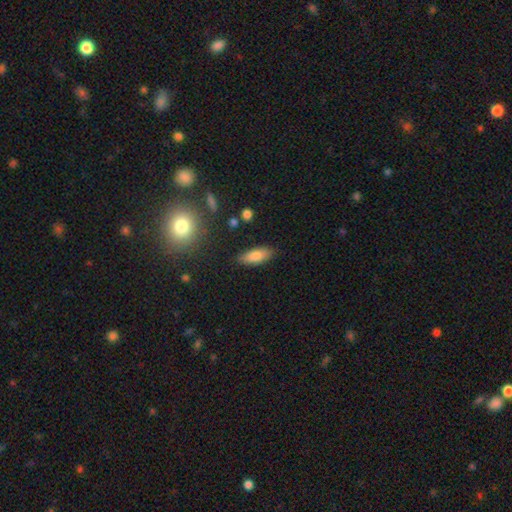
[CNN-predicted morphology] This is clearly a smooth galaxy (80%). How rounded: likely in between (75%). Merging: clearly none (84%).